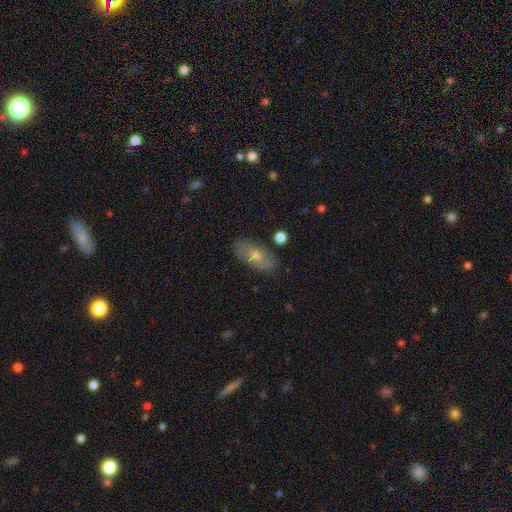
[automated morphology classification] Overall: smooth (55%; featured or disk 37%). How rounded: in between (88%). Merging: none (82%).